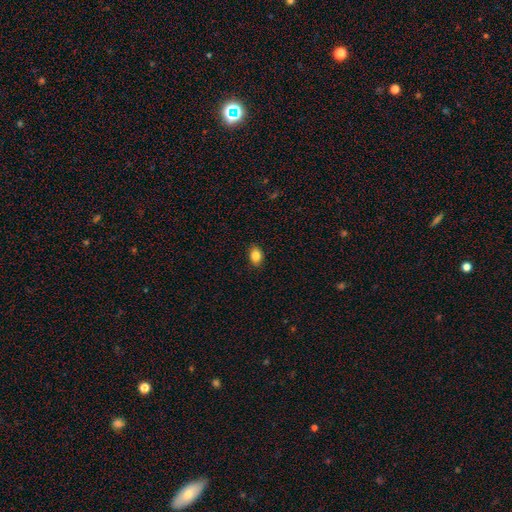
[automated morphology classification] smooth-or-featured: smooth: 86% | star or artifact: 9% | featured or disk: 5%
  how-rounded: in between: 69% | round: 30% | cigar-shaped: 1%
  merging: none: 88% | minor disturbance: 9% | major disturbance: 2% | merger: 1%